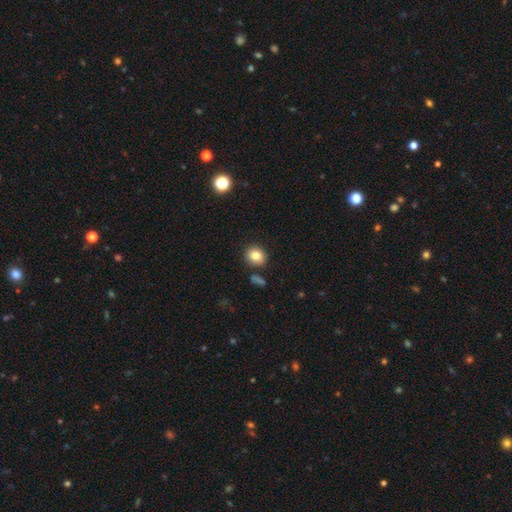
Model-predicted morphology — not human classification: A smooth galaxy with no disk features (83%) that is round (79%).

Vote fractions:
- Smooth or featured? smooth: 83% / star or artifact: 10% / featured or disk: 7%
- How rounded? round: 79% / in between: 21% / cigar-shaped: 1%
- Merging? none: 85% / minor disturbance: 9% / merger: 4% / major disturbance: 2%